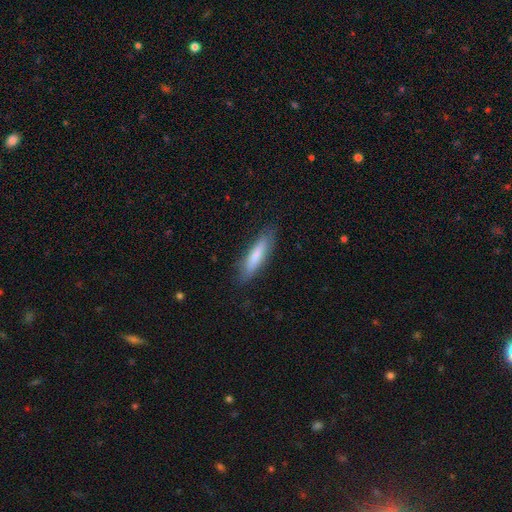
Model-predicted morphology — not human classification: Smooth or featured? smooth (77%)
How rounded? cigar-shaped (76%)
Merging? none (84%)